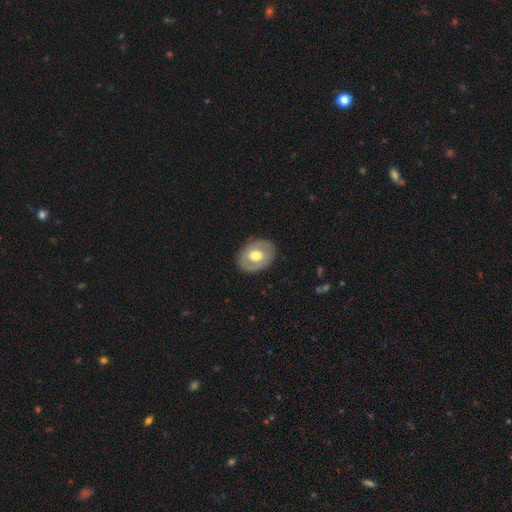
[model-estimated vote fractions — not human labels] Smooth or featured?
  - smooth: 48% *
  - featured or disk: 47%
  - star or artifact: 6%
Merging?
  - none: 83% *
  - minor disturbance: 12%
  - major disturbance: 4%
  - merger: 1%